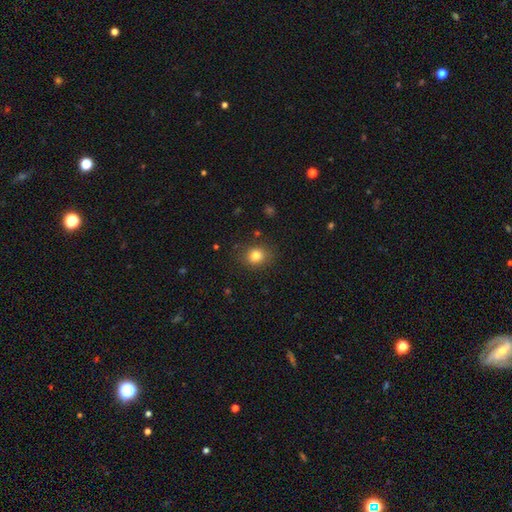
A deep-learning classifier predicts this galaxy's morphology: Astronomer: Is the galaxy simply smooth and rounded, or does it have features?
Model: smooth — 81%.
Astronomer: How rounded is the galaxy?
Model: round — 75%.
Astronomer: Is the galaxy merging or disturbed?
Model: none — 84%.